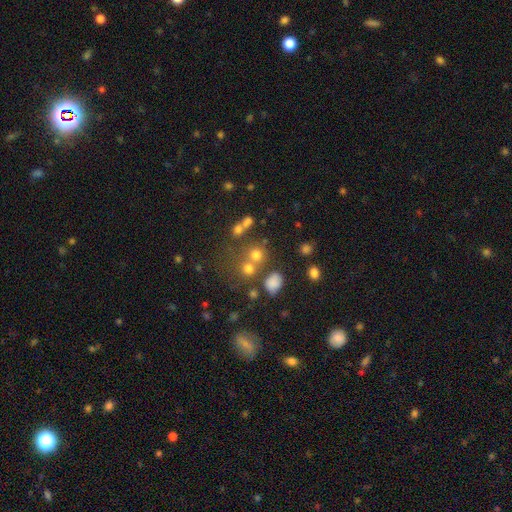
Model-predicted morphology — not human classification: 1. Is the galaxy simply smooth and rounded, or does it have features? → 62% smooth, 25% star or artifact, 13% featured or disk.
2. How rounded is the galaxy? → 82% round, 17% in between, 1% cigar-shaped.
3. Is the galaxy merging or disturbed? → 58% none, 27% merger, 9% minor disturbance, 6% major disturbance.